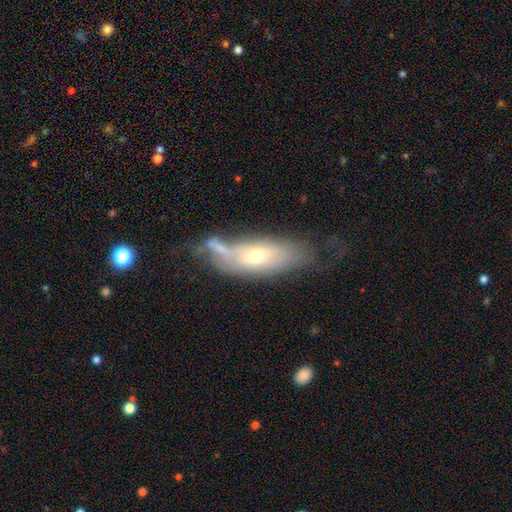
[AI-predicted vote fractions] Smooth or featured: featured or disk — 53% (smooth — 39%)
Edge-on disk: no — 72% (yes — 28%)
Merging: none — 34% (minor disturbance — 24%)